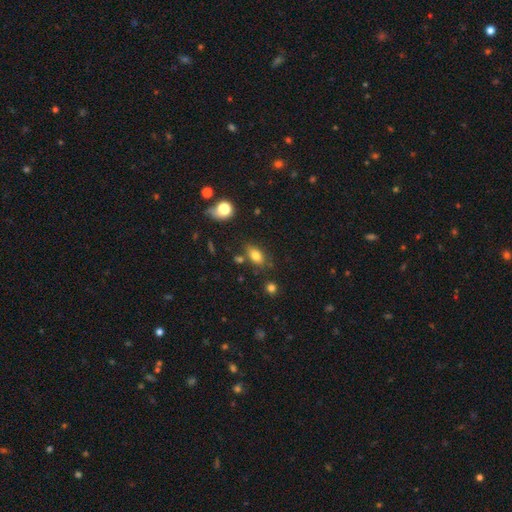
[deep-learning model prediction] smooth 79%, featured or disk 10%, star or artifact 10%. Down the decision tree: how rounded — in between (84%); merging — none (72%).